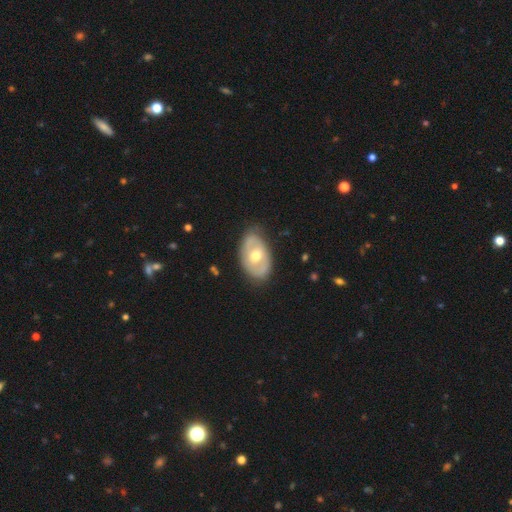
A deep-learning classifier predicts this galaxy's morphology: smooth-or-featured: featured or disk: 53% | smooth: 42% | star or artifact: 5%
  disk-edge-on: no: 91% | yes: 9%
  merging: none: 77% | minor disturbance: 17% | major disturbance: 4% | merger: 1%